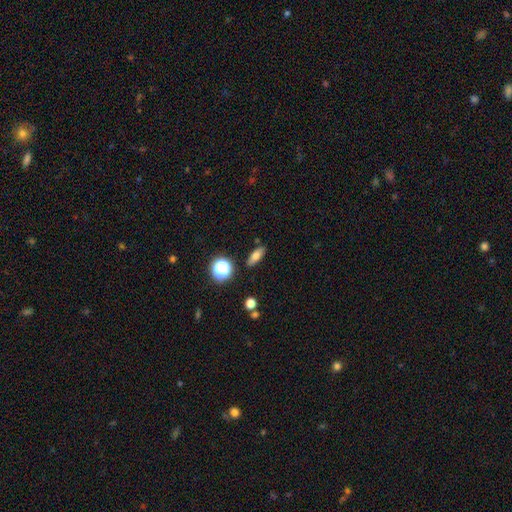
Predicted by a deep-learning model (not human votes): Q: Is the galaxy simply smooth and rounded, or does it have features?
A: smooth — 72%.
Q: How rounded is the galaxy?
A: in between — 66%.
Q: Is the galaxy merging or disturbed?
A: none — 87%.